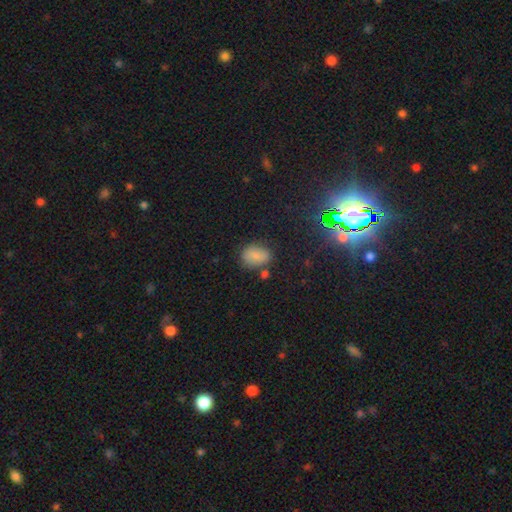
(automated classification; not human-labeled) smooth-or-featured: smooth: 80% | star or artifact: 12% | featured or disk: 9%
  how-rounded: in between: 78% | round: 20% | cigar-shaped: 1%
  merging: none: 68% | minor disturbance: 18% | merger: 9% | major disturbance: 5%